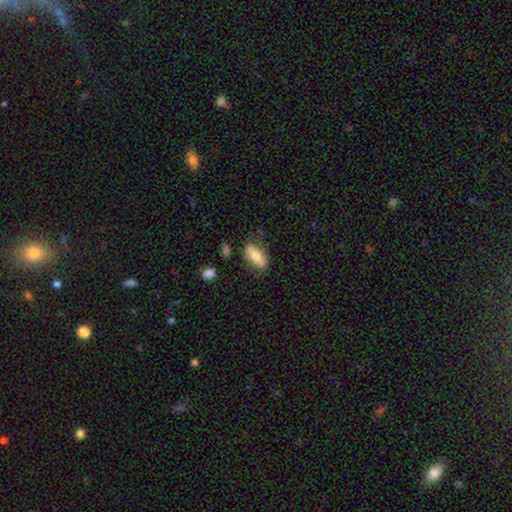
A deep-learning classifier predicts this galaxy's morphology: Smooth or featured? Predicted: smooth (p=0.61). How rounded? Predicted: in between (p=0.74). Merging? Predicted: none (p=0.73).